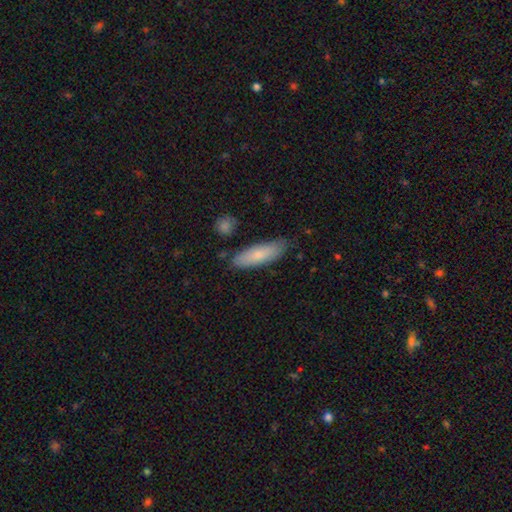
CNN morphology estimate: type=smooth (76%); roundness=in between (49%, tied with cigar-shaped); merging=none (78%).